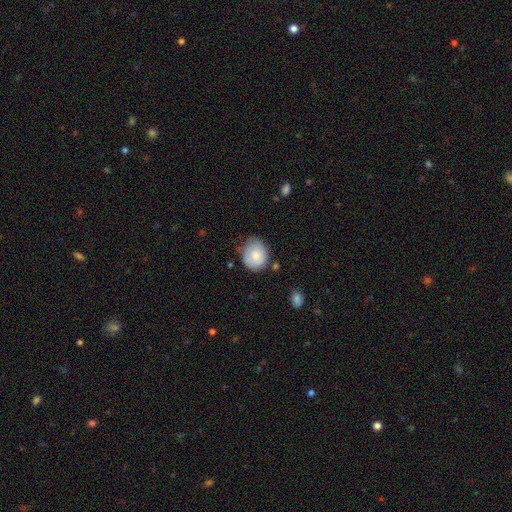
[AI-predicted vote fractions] smooth 77%, featured or disk 16%, star or artifact 7%. Down the decision tree: how rounded — round (64%); merging — none (63%).